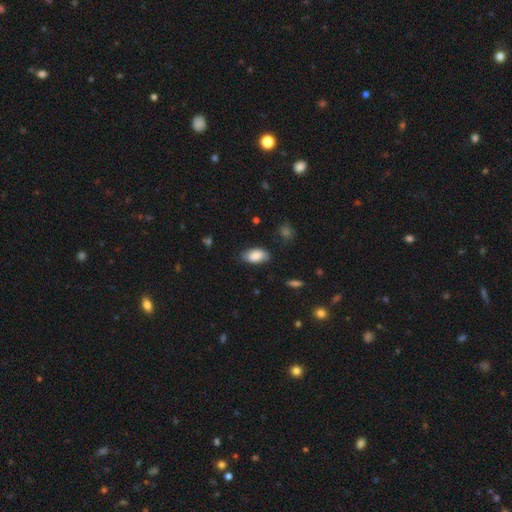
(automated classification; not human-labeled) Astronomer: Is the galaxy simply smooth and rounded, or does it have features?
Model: smooth — 82%.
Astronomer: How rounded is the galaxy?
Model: in between — 94%.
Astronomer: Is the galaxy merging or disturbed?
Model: none — 72%.